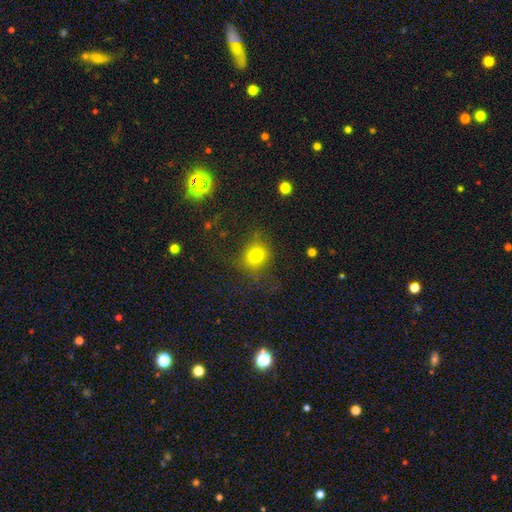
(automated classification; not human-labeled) Smooth or featured?
  - smooth: 74% *
  - star or artifact: 15%
  - featured or disk: 11%
How rounded?
  - round: 70% *
  - in between: 29%
  - cigar-shaped: 1%
Merging?
  - none: 64% *
  - minor disturbance: 17%
  - major disturbance: 16%
  - merger: 3%